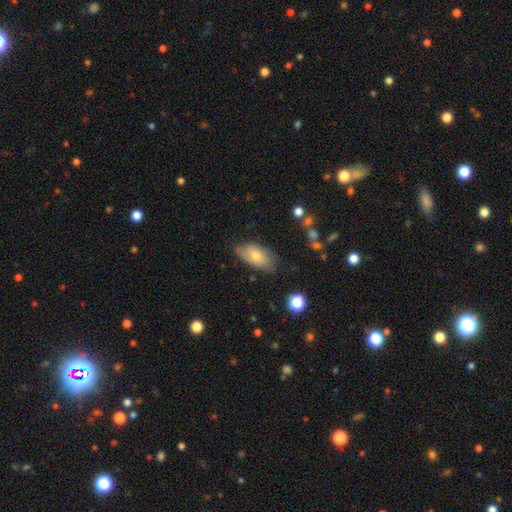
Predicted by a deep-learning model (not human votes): smooth_or_featured: smooth (p=0.70) [alt: featured or disk p=0.23]
how_rounded: in between (p=0.92) [alt: round p=0.04]
merging: none (p=0.67) [alt: minor disturbance p=0.26]